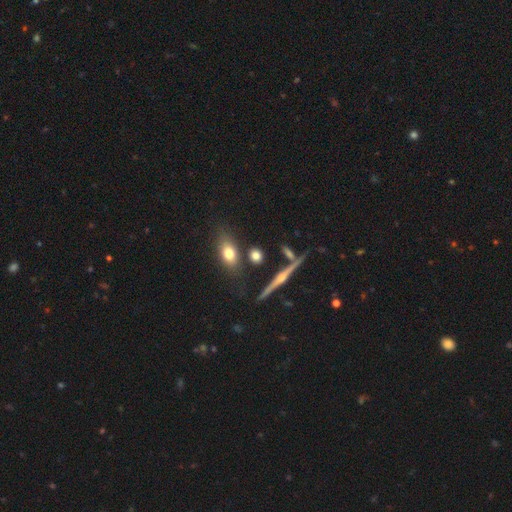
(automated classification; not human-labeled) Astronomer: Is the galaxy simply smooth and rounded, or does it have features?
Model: smooth — 69%.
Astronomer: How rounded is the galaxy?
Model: in between — 52% (runner-up: round, 37%).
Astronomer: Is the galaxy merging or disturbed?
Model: none — 74%.